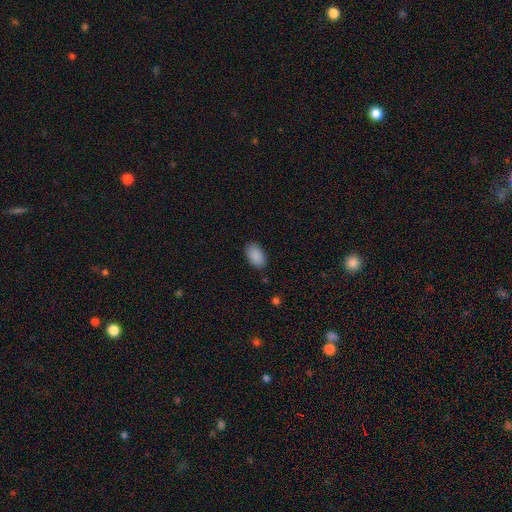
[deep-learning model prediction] A smooth galaxy with no disk features (90%) that is in between round and cigar-shaped (94%).

Vote fractions:
- Smooth or featured? smooth: 90% / star or artifact: 7% / featured or disk: 3%
- How rounded? in between: 94% / round: 4% / cigar-shaped: 1%
- Merging? none: 87% / minor disturbance: 10% / major disturbance: 2% / merger: 1%